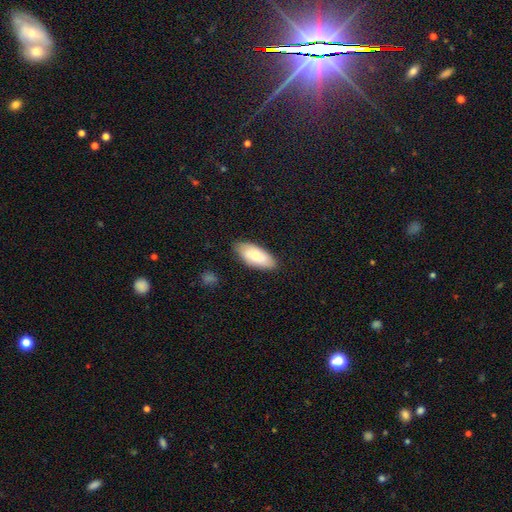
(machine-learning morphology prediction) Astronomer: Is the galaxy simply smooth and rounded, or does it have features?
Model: smooth — 68%.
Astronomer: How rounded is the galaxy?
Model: in between — 89%.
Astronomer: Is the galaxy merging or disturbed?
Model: none — 82%.